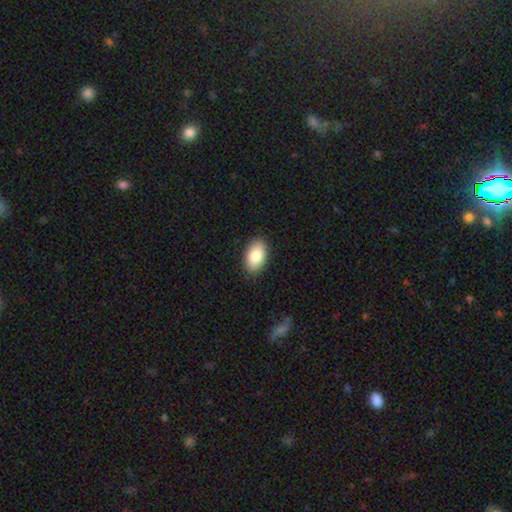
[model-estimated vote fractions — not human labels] Overall: smooth (86%). How rounded: in between (93%). Merging: none (88%).